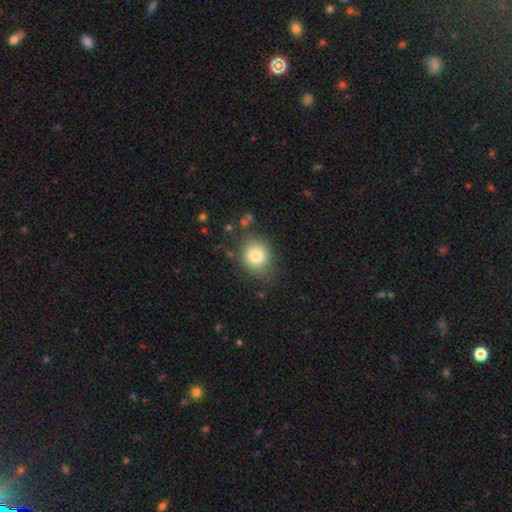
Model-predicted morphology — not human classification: Q: Smooth or featured?
A: smooth (79%); runner-up: featured or disk (11%)
Q: How rounded?
A: round (63%); runner-up: in between (36%)
Q: Merging?
A: none (74%); runner-up: minor disturbance (17%)